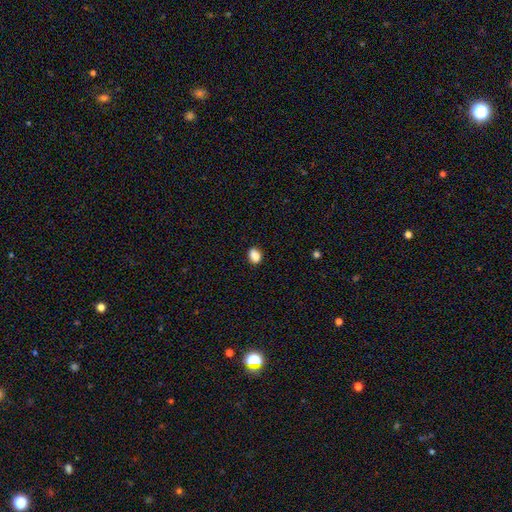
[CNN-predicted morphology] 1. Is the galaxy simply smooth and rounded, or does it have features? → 86% smooth, 9% star or artifact, 4% featured or disk.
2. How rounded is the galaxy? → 64% in between, 35% round, 1% cigar-shaped.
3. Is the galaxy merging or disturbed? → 82% none, 13% minor disturbance, 3% major disturbance, 2% merger.